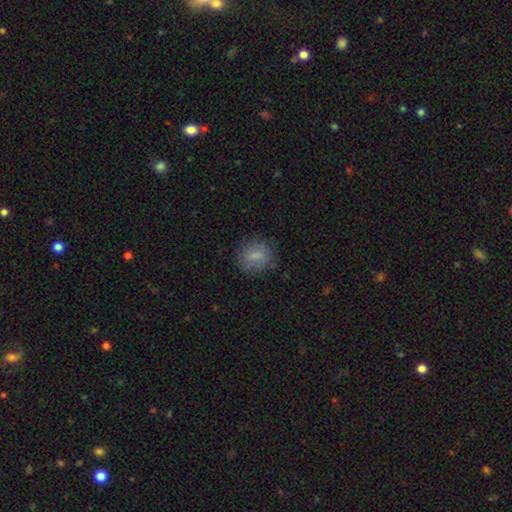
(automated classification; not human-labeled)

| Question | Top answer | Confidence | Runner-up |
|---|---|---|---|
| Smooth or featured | smooth | 79% | featured or disk (12%) |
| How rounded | round | 69% | in between (30%) |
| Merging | none | 81% | minor disturbance (14%) |